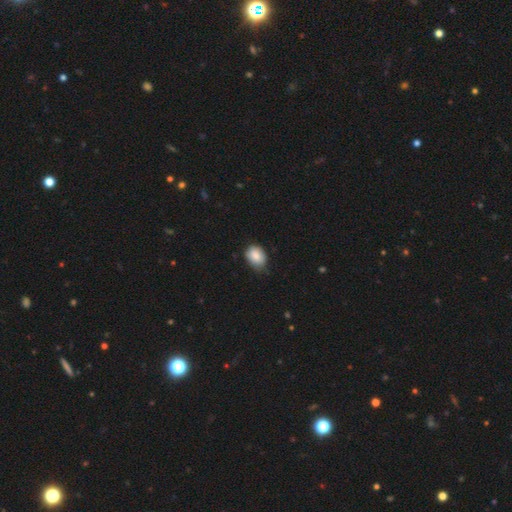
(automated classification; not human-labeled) A smooth galaxy with no disk features (84%) that is in between round and cigar-shaped (64%). Merging: none (66%).